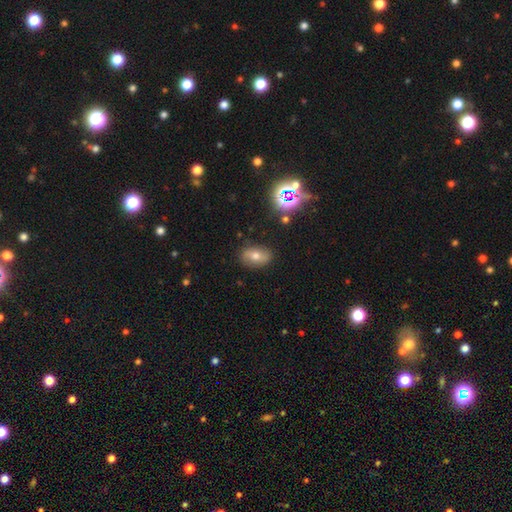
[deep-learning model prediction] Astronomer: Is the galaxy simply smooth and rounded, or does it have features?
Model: smooth — 59%.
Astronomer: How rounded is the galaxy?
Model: in between — 82%.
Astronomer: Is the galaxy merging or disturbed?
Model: none — 84%.